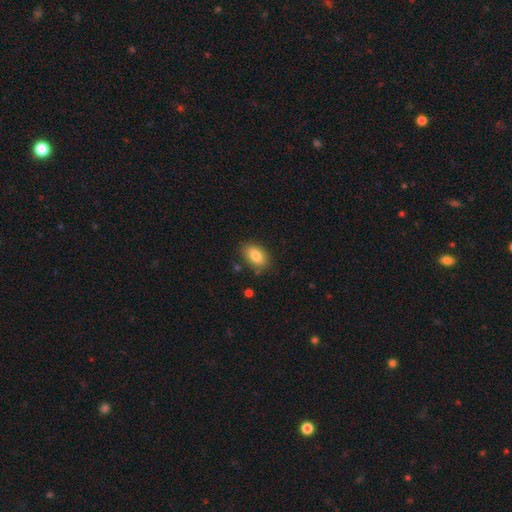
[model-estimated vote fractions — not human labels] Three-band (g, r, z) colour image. It shows a smooth galaxy with no disk features (82%) that is in between round and cigar-shaped (90%). Merging: none (83%).